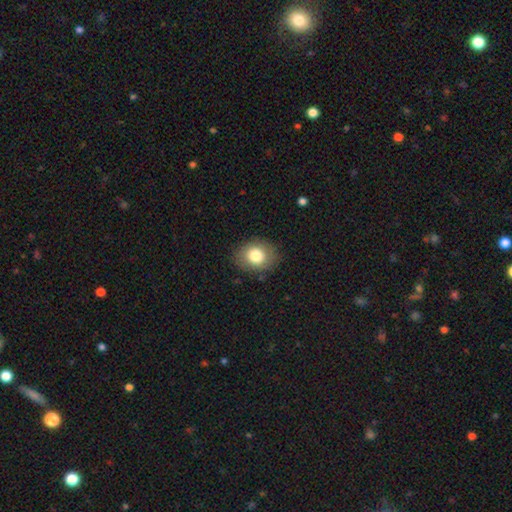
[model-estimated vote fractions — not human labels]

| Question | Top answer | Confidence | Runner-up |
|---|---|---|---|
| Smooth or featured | smooth | 80% | featured or disk (11%) |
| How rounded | round | 53% | in between (46%) |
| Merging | none | 84% | minor disturbance (11%) |